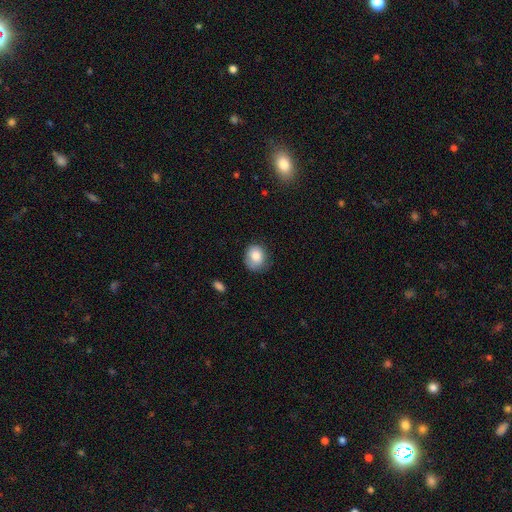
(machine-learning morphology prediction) smooth-or-featured: smooth: 82% | featured or disk: 9% | star or artifact: 8%
  how-rounded: round: 70% | in between: 29% | cigar-shaped: 1%
  merging: none: 66% | minor disturbance: 26% | major disturbance: 7% | merger: 2%